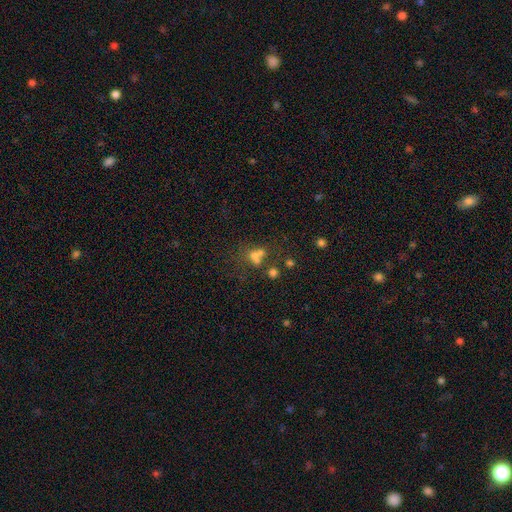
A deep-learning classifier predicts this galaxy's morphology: A smooth galaxy with no disk features (56%) that is round (68%).

Vote fractions:
- Smooth or featured? smooth: 56% / star or artifact: 24% / featured or disk: 20%
- How rounded? round: 68% / in between: 30% / cigar-shaped: 2%
- Merging? merger: 47% / none: 36% / minor disturbance: 9% / major disturbance: 8%